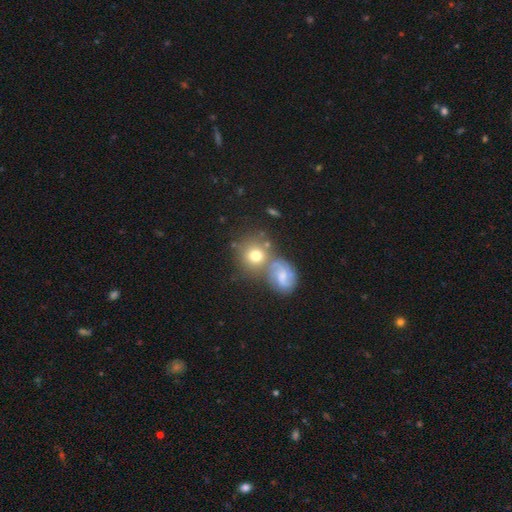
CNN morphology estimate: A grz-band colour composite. It shows a smooth galaxy with no disk features (66%) that is round (78%). Merging: none (50%).